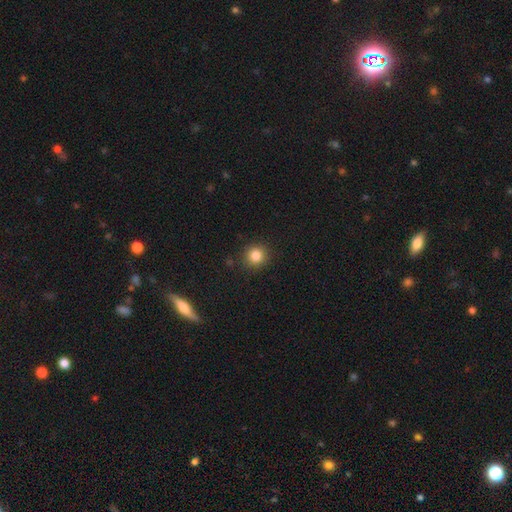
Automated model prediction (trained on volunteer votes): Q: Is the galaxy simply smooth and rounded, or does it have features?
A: smooth — 83%.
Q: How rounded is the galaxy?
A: round — 92%.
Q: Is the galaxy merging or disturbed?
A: none — 89%.